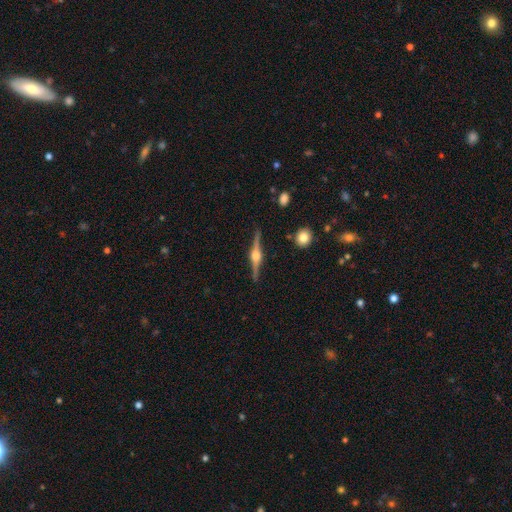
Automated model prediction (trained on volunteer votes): smooth-or-featured: featured or disk: 87% | smooth: 7% | star or artifact: 5%
  disk-edge-on: yes: 98% | no: 2%
    edge-on-bulge: rounded: 93% | boxy: 6% | none: 1%
  merging: none: 89% | minor disturbance: 7% | major disturbance: 2% | merger: 1%